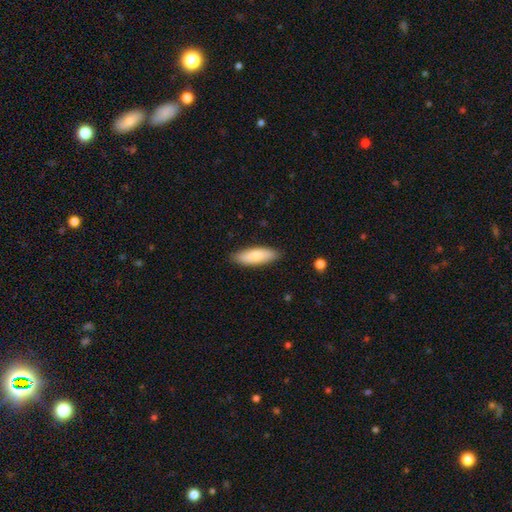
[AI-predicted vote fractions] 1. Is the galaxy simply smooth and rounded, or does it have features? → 80% smooth, 15% featured or disk, 5% star or artifact.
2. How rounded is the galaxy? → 54% in between, 44% cigar-shaped, 2% round.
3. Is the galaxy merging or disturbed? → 88% none, 9% minor disturbance, 2% major disturbance, 1% merger.